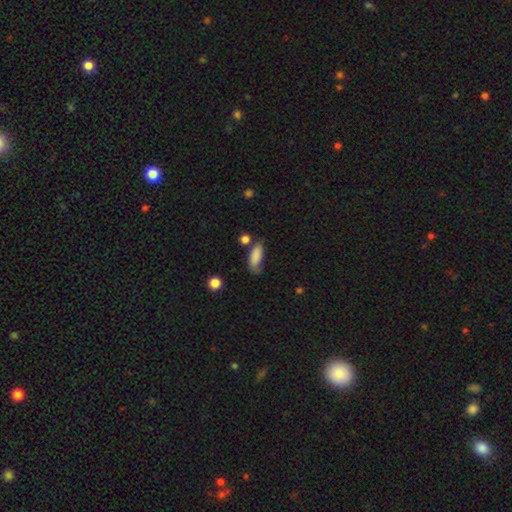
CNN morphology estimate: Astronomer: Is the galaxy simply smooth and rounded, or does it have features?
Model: smooth — 84%.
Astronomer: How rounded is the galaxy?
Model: in between — 79%.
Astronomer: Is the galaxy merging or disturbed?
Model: none — 47% (runner-up: minor disturbance, 31%).